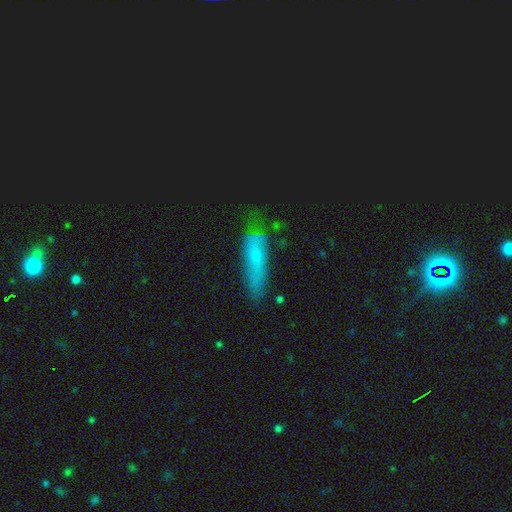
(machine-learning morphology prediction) smooth-or-featured: smooth: 59% | featured or disk: 23% | star or artifact: 18%
  how-rounded: cigar-shaped: 60% | in between: 37% | round: 3%
  merging: none: 53% | minor disturbance: 29% | major disturbance: 14% | merger: 4%